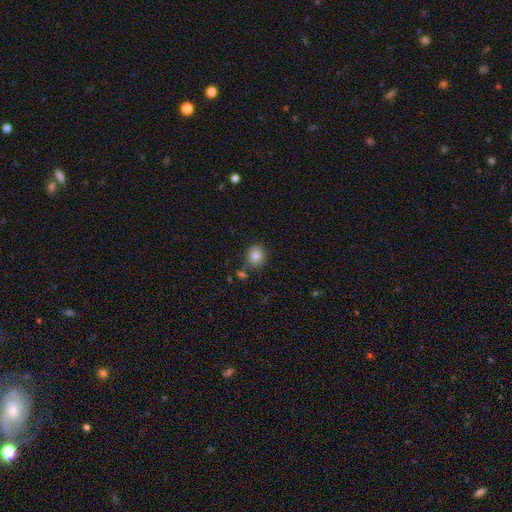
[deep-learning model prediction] Morphology: type=smooth (84%); roundness=round (75%); merging=none (81%).